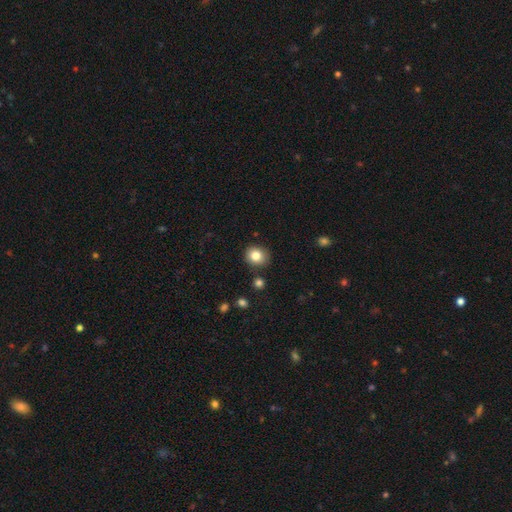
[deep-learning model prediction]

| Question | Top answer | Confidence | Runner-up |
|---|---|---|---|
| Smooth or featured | smooth | 82% | star or artifact (10%) |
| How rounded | round | 81% | in between (18%) |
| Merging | none | 86% | minor disturbance (9%) |